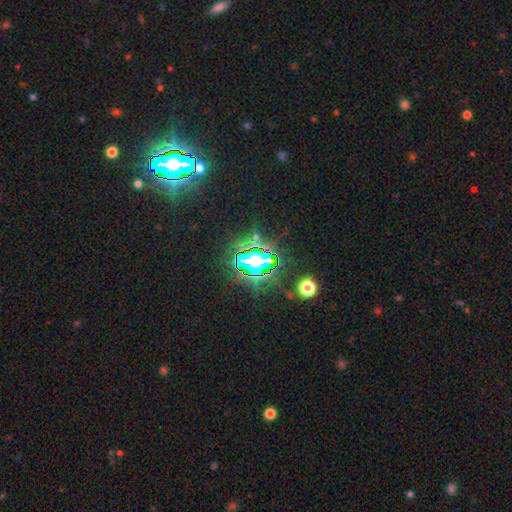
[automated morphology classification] Smooth or featured? star or artifact (83%)